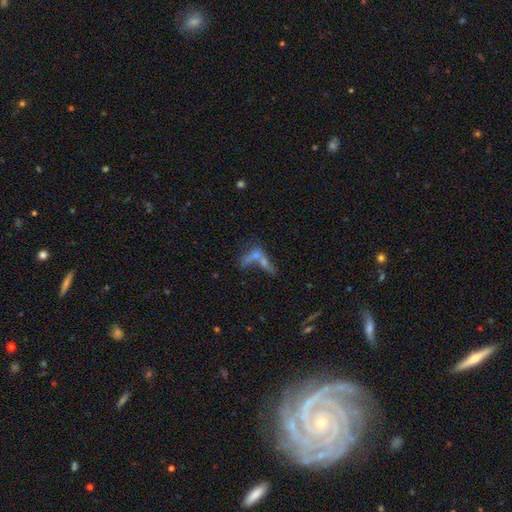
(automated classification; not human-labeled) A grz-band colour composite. It shows a smooth galaxy with no disk features (41%). Merging: merger (55%).